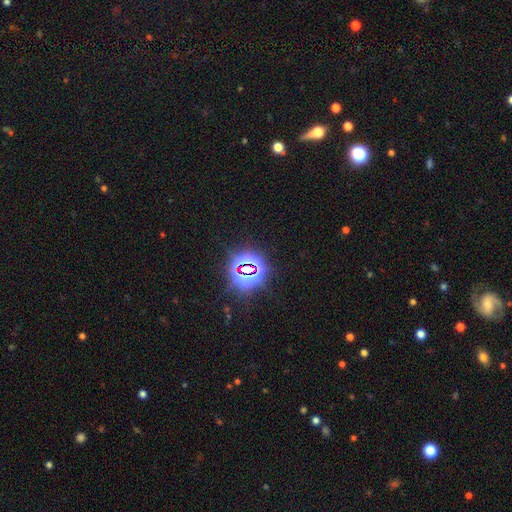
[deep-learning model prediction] A star or artifact, not a galaxy (83%).

Vote fractions:
- Smooth or featured? star or artifact: 83% / smooth: 10% / featured or disk: 7%